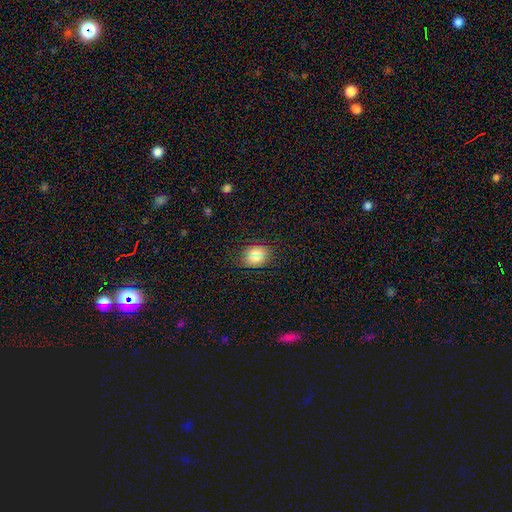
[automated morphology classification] Smooth or featured? smooth (74%)
How rounded? round (61%)
Merging? none (86%)